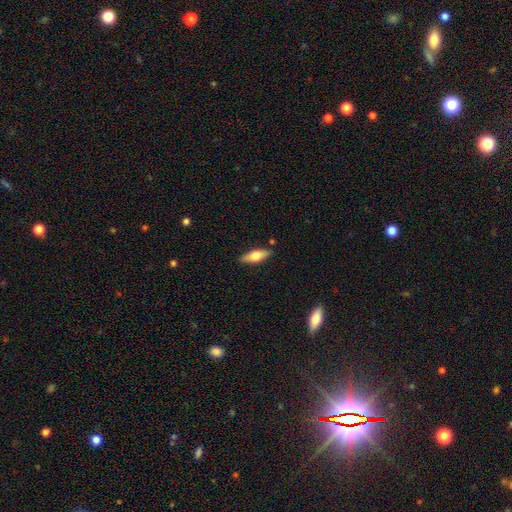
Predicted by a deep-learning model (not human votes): smooth-or-featured: smooth: 56% | featured or disk: 37% | star or artifact: 6%
  how-rounded: in between: 59% | cigar-shaped: 38% | round: 3%
  merging: none: 85% | minor disturbance: 11% | major disturbance: 2% | merger: 2%